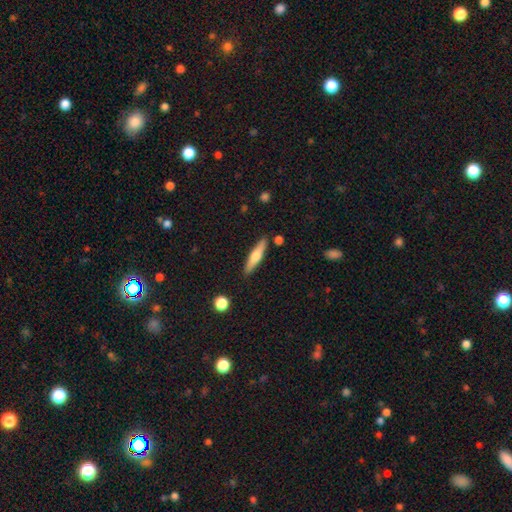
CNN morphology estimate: smooth 48%, featured or disk 46%, star or artifact 6%. Down the decision tree: merging — none (87%).